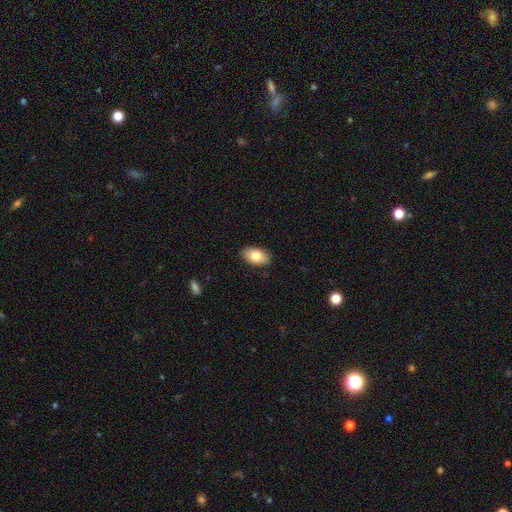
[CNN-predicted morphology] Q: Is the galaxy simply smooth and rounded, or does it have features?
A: smooth — 81%.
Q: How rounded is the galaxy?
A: in between — 92%.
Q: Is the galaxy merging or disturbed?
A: none — 88%.